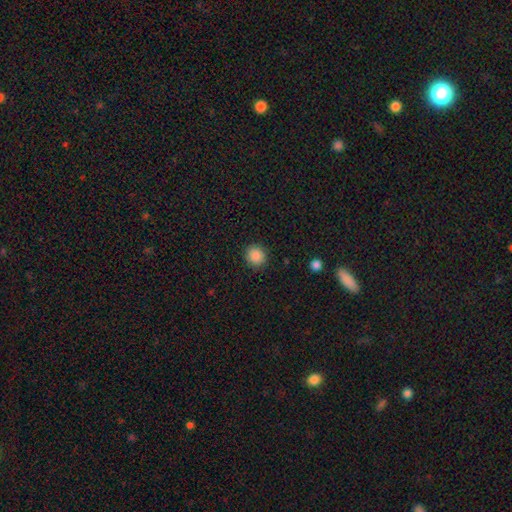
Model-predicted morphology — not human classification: A smooth galaxy with no disk features (88%) that is round (88%).

Vote fractions:
- Smooth or featured? smooth: 88% / star or artifact: 10% / featured or disk: 3%
- How rounded? round: 88% / in between: 11% / cigar-shaped: 1%
- Merging? none: 91% / minor disturbance: 6% / major disturbance: 2% / merger: 1%